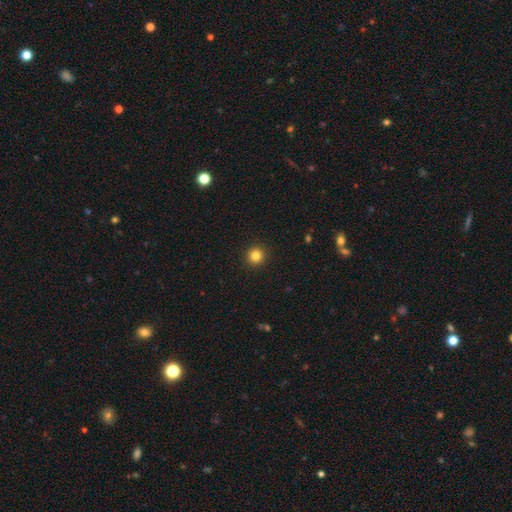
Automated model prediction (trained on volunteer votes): Morphology: type=smooth (83%); roundness=round (95%); merging=none (93%).